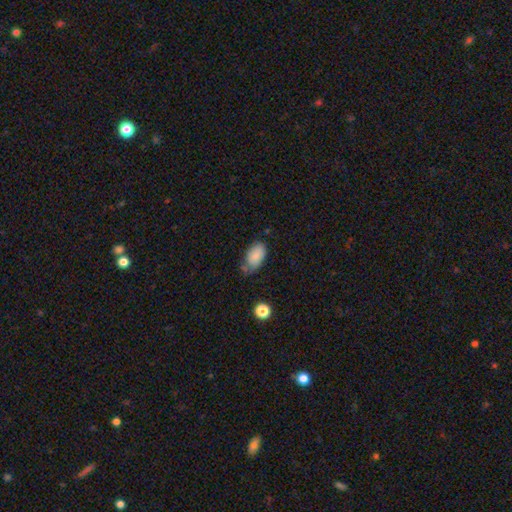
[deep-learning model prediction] Smooth or featured? smooth (83%)
How rounded? in between (93%)
Merging? none (47%)